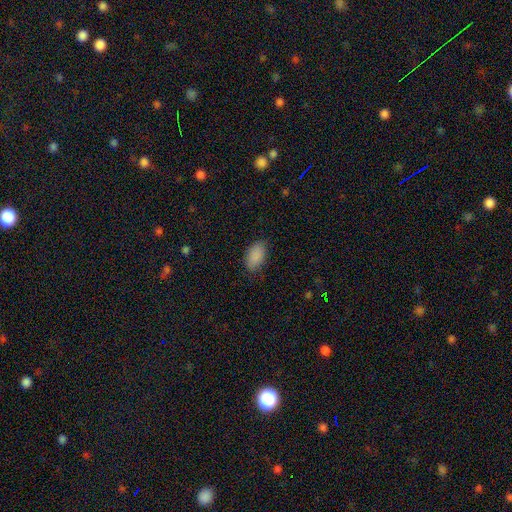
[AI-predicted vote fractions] The model was most divided on "merging": none: 82%, minor disturbance: 13%, major disturbance: 3%, merger: 1%. More confident: how rounded — in between (94%); smooth or featured — smooth (89%).